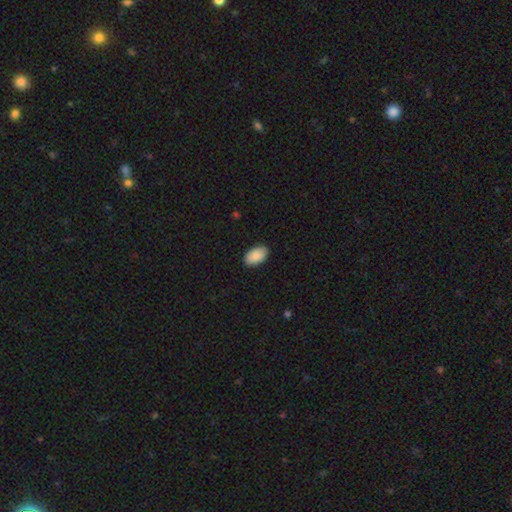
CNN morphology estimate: Q: Smooth or featured?
A: smooth (90%); runner-up: star or artifact (6%)
Q: How rounded?
A: in between (95%); runner-up: round (4%)
Q: Merging?
A: none (89%); runner-up: minor disturbance (8%)